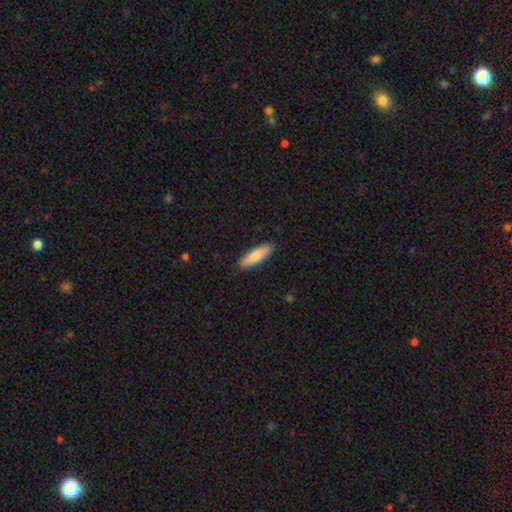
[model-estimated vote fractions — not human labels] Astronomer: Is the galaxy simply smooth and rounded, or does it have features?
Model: smooth — 80%.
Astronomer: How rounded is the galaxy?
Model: cigar-shaped — 63%.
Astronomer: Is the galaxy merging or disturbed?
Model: none — 89%.